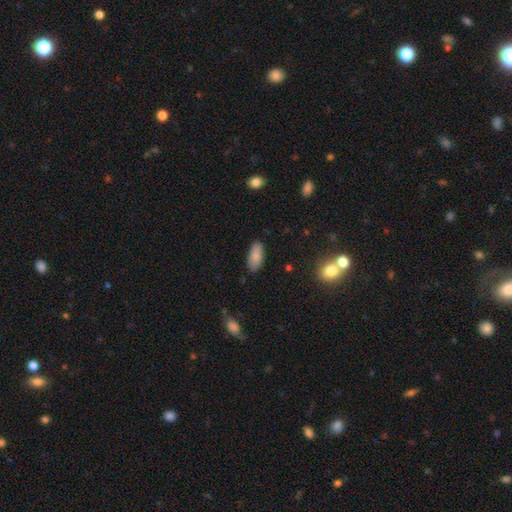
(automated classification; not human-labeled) Morphology: type=smooth (85%); roundness=in between (89%); merging=none (86%).